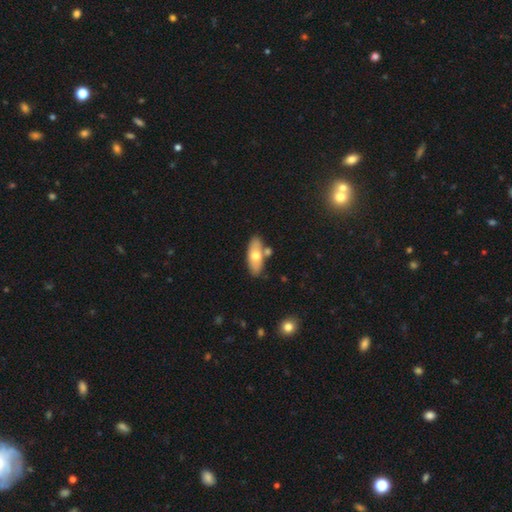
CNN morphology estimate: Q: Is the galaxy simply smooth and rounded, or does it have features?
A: smooth — 64%.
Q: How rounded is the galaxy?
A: in between — 78%.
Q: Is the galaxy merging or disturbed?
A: none — 72%.